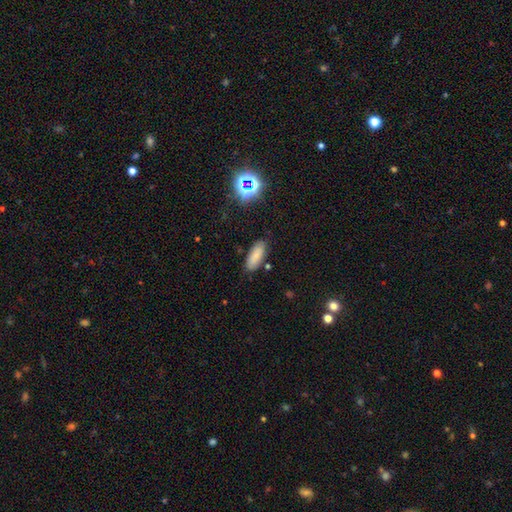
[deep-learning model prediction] Smooth or featured? Predicted: smooth (p=0.78). How rounded? Predicted: in between (p=0.77). Merging? Predicted: none (p=0.82).